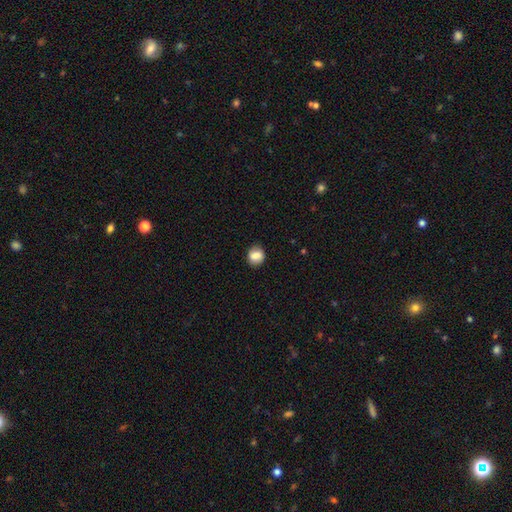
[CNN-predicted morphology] The model was most divided on "how rounded": round: 66%, in between: 33%, cigar-shaped: 1%. More confident: smooth or featured — smooth (82%); merging — none (82%).